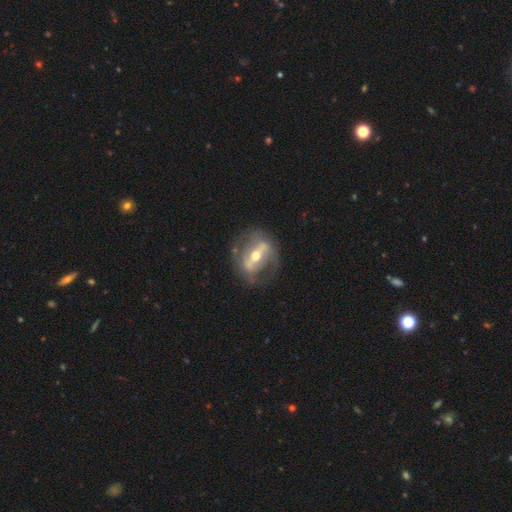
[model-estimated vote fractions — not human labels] Smooth or featured? featured or disk (79%)
Edge-on disk? no (88%)
Bar? strong (67%)
Spiral arms? yes (56%)
Bulge size? moderate (64%)
Merging? none (68%)